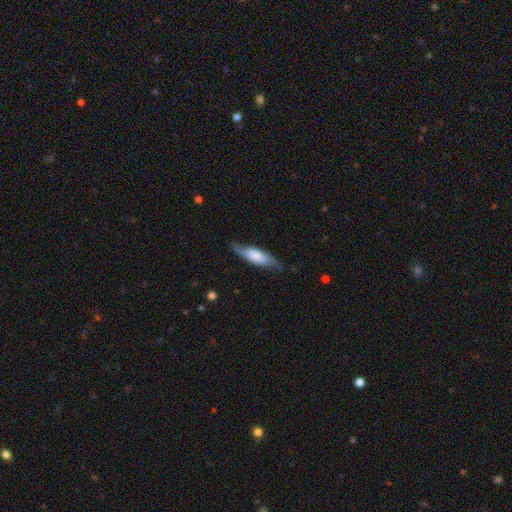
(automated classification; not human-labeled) A featured or disk galaxy (52%).

Vote fractions:
- Smooth or featured? featured or disk: 52% / smooth: 42% / star or artifact: 6%
- Edge-on disk? no: 62% / yes: 38%
- Merging? none: 72% / minor disturbance: 21% / major disturbance: 6% / merger: 2%